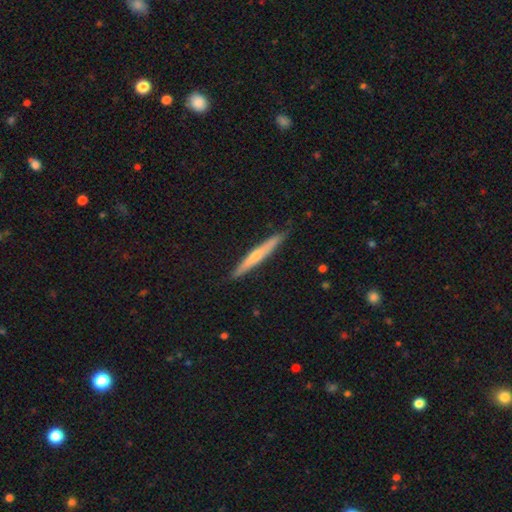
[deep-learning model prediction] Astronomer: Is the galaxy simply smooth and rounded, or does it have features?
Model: featured or disk — 54% (runner-up: smooth, 41%).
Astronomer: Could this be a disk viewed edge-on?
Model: yes — 96%.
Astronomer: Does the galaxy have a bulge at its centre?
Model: rounded — 63%.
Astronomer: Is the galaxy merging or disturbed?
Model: none — 89%.